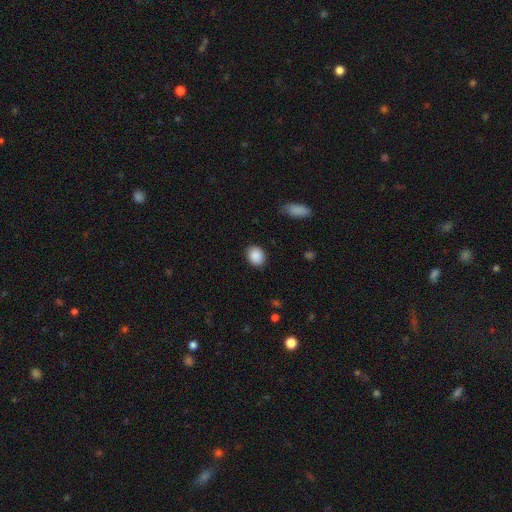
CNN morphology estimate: smooth-or-featured: smooth: 90% | star or artifact: 7% | featured or disk: 3%
  how-rounded: round: 51% | in between: 48% | cigar-shaped: 1%
  merging: none: 88% | minor disturbance: 9% | major disturbance: 2% | merger: 1%